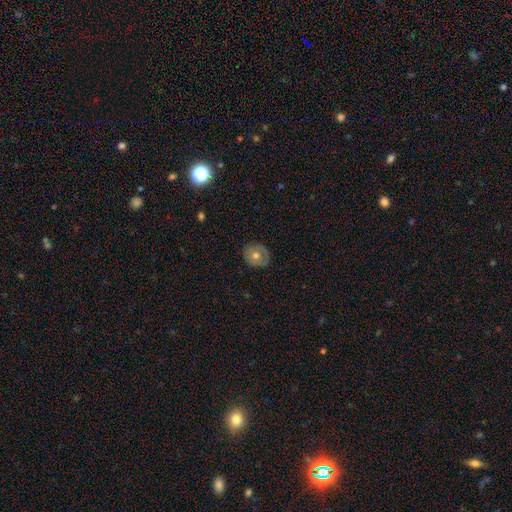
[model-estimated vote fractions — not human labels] smooth 55%, featured or disk 36%, star or artifact 9%. Down the decision tree: how rounded — round (80%); merging — none (84%).